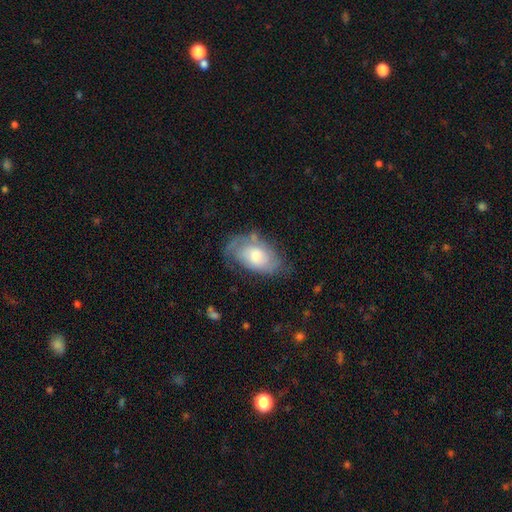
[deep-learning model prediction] A featured or disk galaxy (50%). Merging: none (55%).